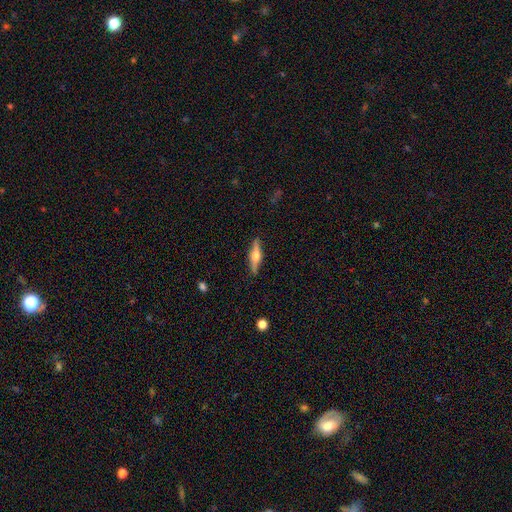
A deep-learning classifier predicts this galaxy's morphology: The model was most divided on "smooth or featured": featured or disk: 63%, smooth: 31%, star or artifact: 6%. More confident: edge-on disk — yes (96%); edge-on bulge — rounded (92%); merging — none (87%).